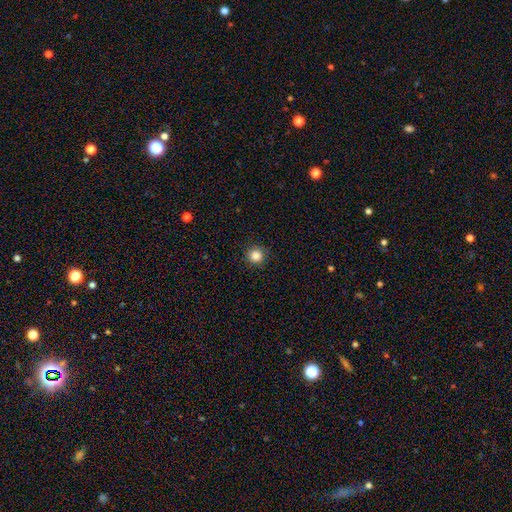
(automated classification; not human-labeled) Morphology: type=smooth (85%); roundness=round (94%); merging=none (89%).